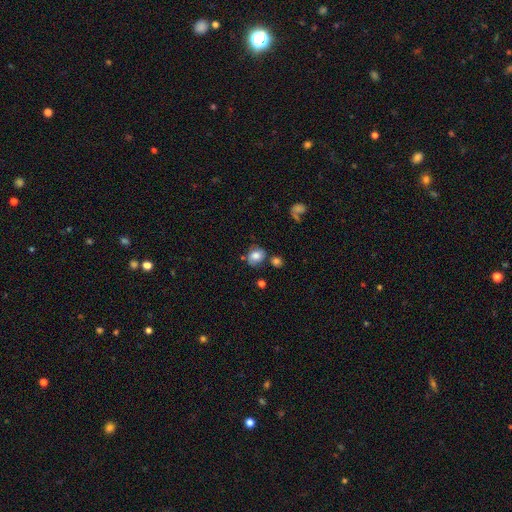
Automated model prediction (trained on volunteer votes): Overall: smooth (73%). How rounded: round (59%; in between 40%). Merging: none (58%; minor disturbance 22%).